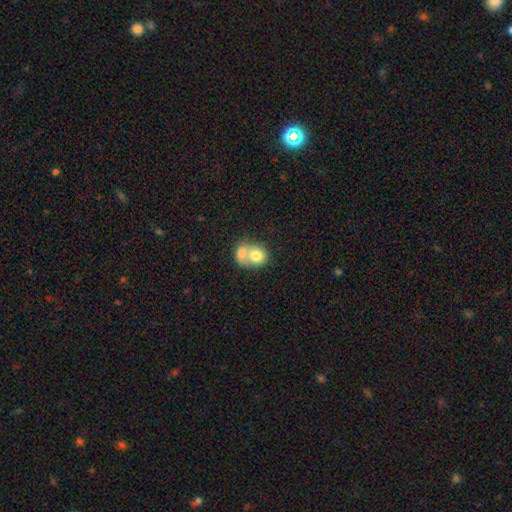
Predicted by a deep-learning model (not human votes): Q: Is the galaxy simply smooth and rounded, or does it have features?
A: smooth — 71%.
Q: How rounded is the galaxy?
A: round — 60%.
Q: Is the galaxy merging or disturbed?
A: merger — 72%.